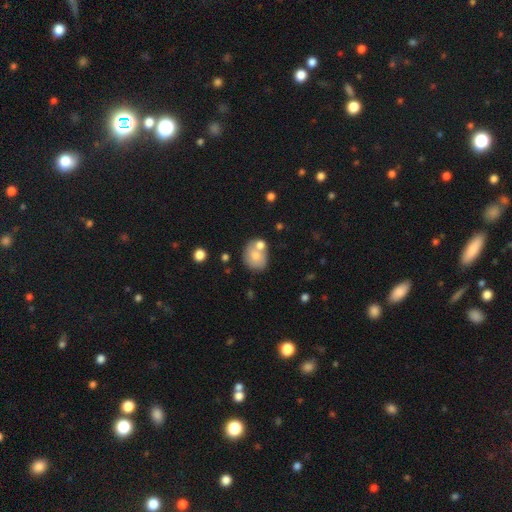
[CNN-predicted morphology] Smooth or featured? Predicted: smooth (p=0.68). How rounded? Predicted: round (p=0.59). Merging? Predicted: none (p=0.46).